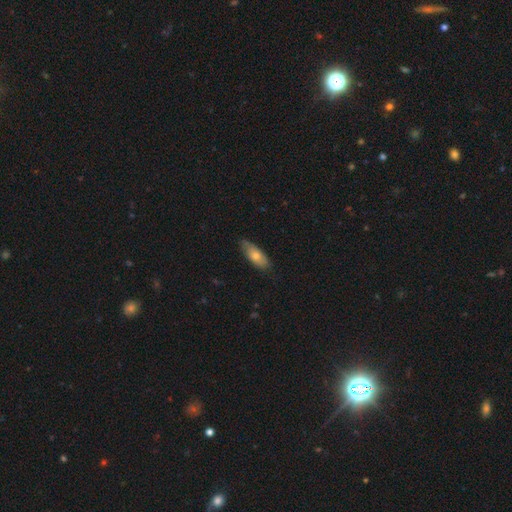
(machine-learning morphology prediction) Smooth or featured? smooth (64%)
How rounded? in between (74%)
Merging? none (73%)